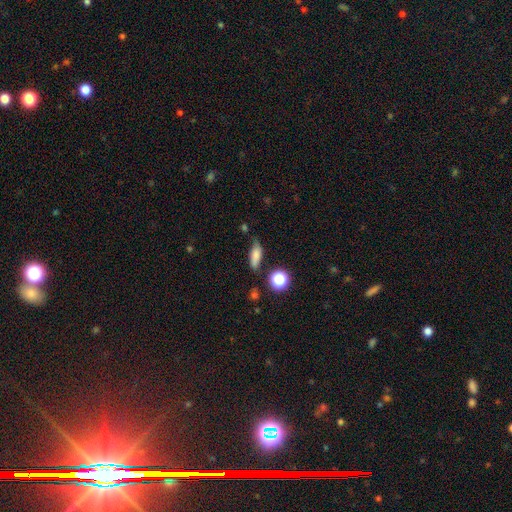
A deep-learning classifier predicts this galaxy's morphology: Smooth or featured?
  - smooth: 75% *
  - featured or disk: 14%
  - star or artifact: 11%
How rounded?
  - in between: 58% *
  - cigar-shaped: 33%
  - round: 8%
Merging?
  - none: 62% *
  - minor disturbance: 27%
  - major disturbance: 7%
  - merger: 5%